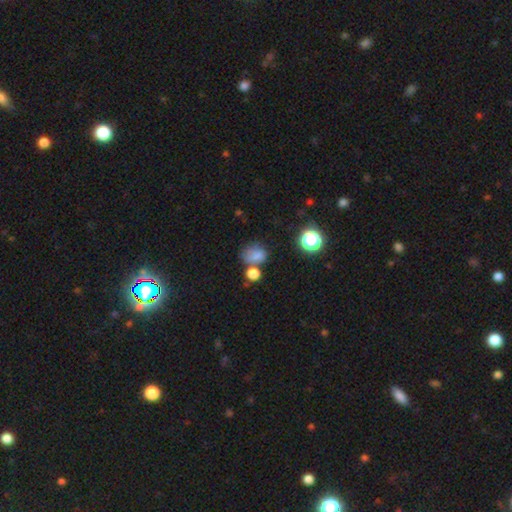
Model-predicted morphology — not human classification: smooth-or-featured: smooth: 73% | star or artifact: 16% | featured or disk: 10%
  how-rounded: in between: 54% | round: 45% | cigar-shaped: 1%
  merging: none: 43% | merger: 24% | minor disturbance: 21% | major disturbance: 12%